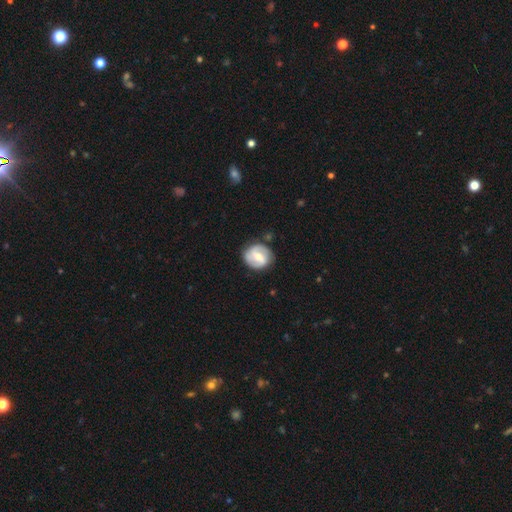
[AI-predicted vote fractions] This appears to be a featured or disk galaxy (71%) with a weak bar (47%), 2 (87%) medium (43%) spiral arms (85%) and a moderate central bulge (62%). Merging: none (81%).